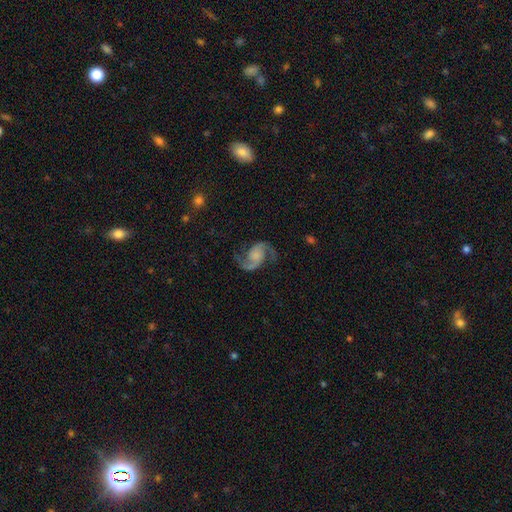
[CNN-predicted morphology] Smooth or featured? featured or disk (91%)
Edge-on disk? no (98%)
Bar? no (64%)
Spiral arms? yes (98%)
Spiral winding? medium (48%)
Spiral arm count? 2 (94%)
Bulge size? none (38%)
Merging? none (78%)